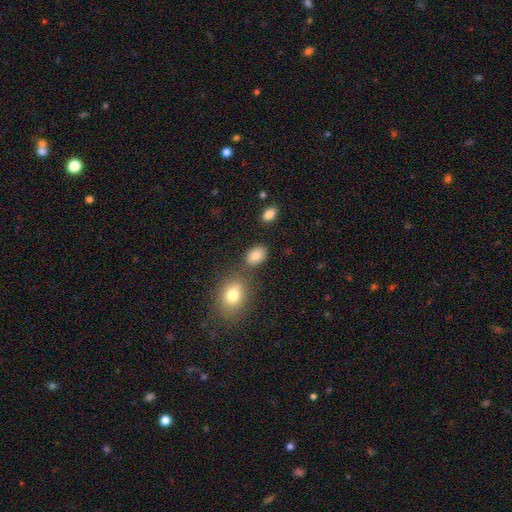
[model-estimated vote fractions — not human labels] Smooth or featured? Predicted: smooth (p=0.84). How rounded? Predicted: in between (p=0.82). Merging? Predicted: none (p=0.74).